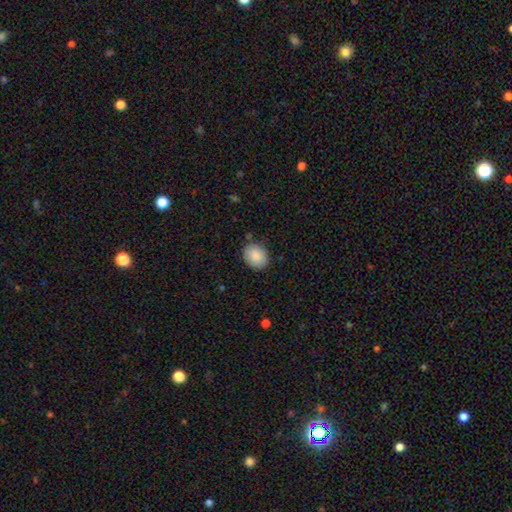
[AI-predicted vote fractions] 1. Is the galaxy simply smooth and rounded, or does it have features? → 89% smooth, 7% star or artifact, 5% featured or disk.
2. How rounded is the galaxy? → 54% in between, 46% round, 1% cigar-shaped.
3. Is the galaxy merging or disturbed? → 84% none, 12% minor disturbance, 3% major disturbance, 2% merger.